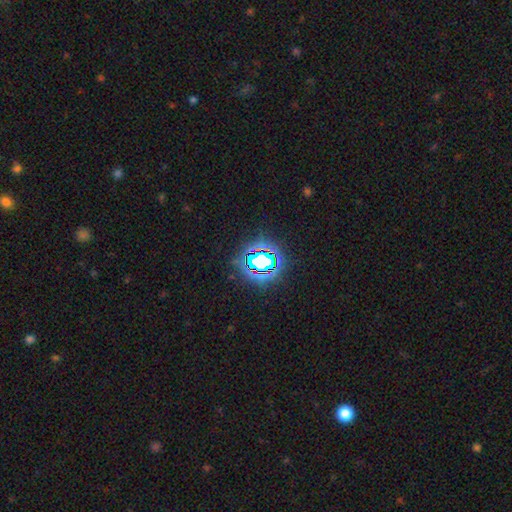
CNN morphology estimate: This is clearly a star or artifact rather than a galaxy (81%).